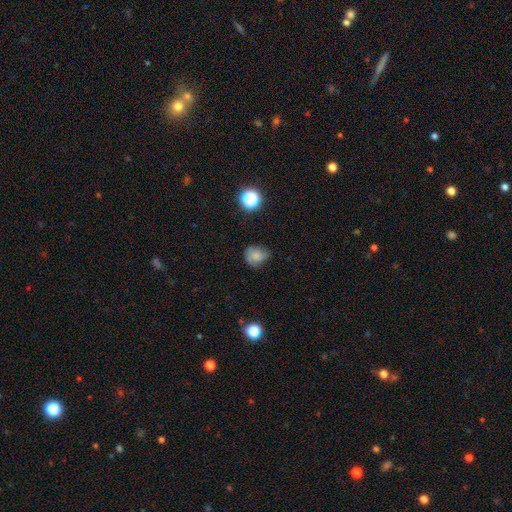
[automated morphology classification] smooth-or-featured: smooth: 71% | featured or disk: 16% | star or artifact: 13%
  how-rounded: round: 66% | in between: 33% | cigar-shaped: 1%
  merging: none: 56% | minor disturbance: 31% | major disturbance: 11% | merger: 2%